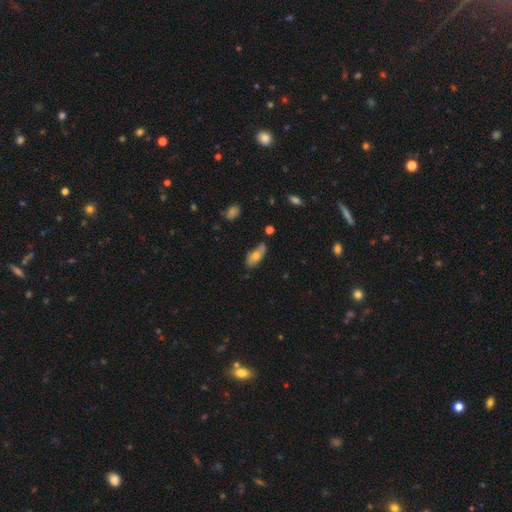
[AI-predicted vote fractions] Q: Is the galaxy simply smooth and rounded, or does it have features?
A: smooth — 67%.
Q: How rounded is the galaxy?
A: in between — 84%.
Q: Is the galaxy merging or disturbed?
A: none — 53%.